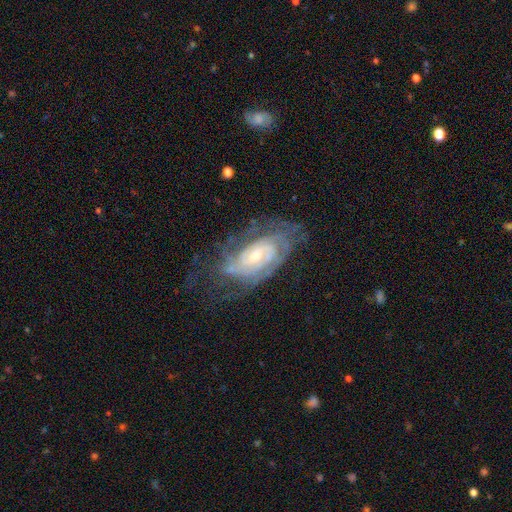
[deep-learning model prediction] The model was most divided on "spiral arm count": can't tell: 38%, 2: 30%, 3: 14%, 4: 9%, more than 4: 5%, 1: 5%. More confident: spiral arms — yes (96%); edge-on disk — no (95%); smooth or featured — featured or disk (86%); spiral winding — tight (71%); merging — none (64%); bar — no (57%); bulge size — small (52%).